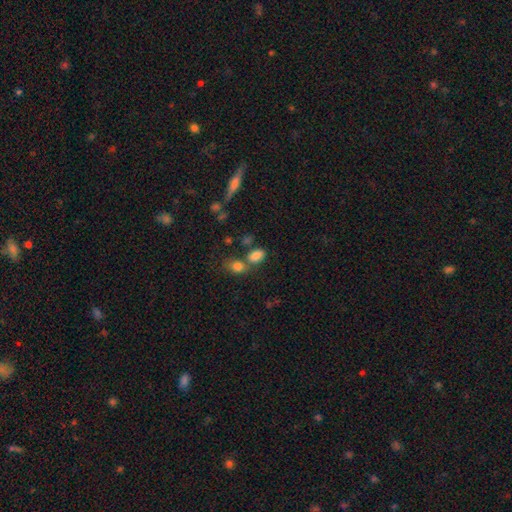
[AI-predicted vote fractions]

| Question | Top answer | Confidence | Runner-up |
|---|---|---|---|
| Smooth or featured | smooth | 82% | star or artifact (11%) |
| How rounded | in between | 84% | round (14%) |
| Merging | none | 50% | merger (32%) |